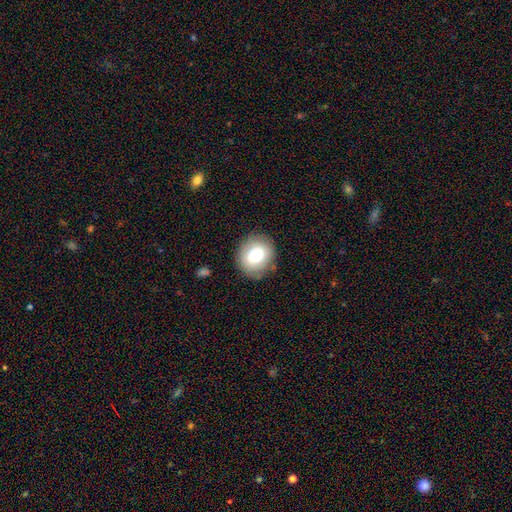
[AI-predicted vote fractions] smooth_or_featured: smooth (p=0.74) [alt: featured or disk p=0.17]
how_rounded: round (p=0.72) [alt: in between p=0.27]
merging: none (p=0.83) [alt: minor disturbance p=0.12]